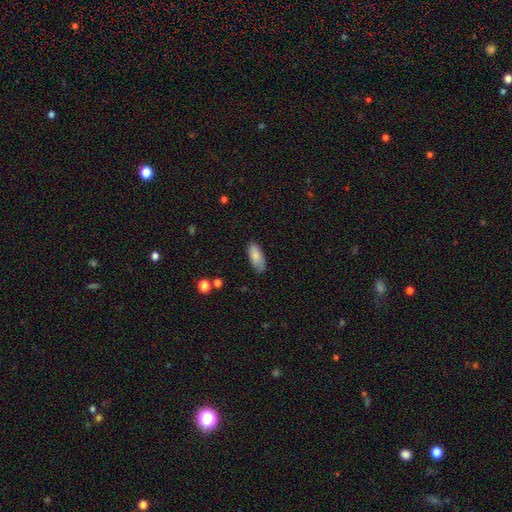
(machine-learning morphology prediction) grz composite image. It shows a smooth galaxy with no disk features (82%) that is in between round and cigar-shaped (88%). Merging: none (77%).